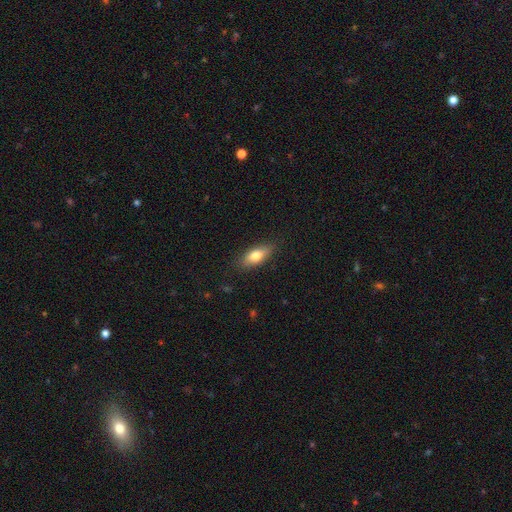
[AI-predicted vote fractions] smooth_or_featured: smooth (p=0.76) [alt: featured or disk p=0.17]
how_rounded: in between (p=0.77) [alt: cigar-shaped p=0.19]
merging: none (p=0.83) [alt: minor disturbance p=0.13]